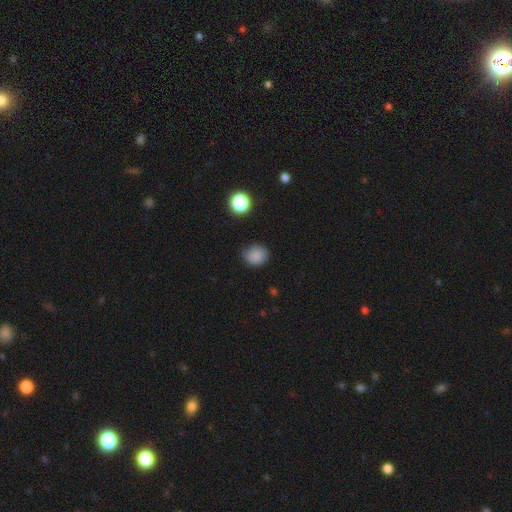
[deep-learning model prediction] Overall: smooth (84%). How rounded: round (73%). Merging: none (76%).